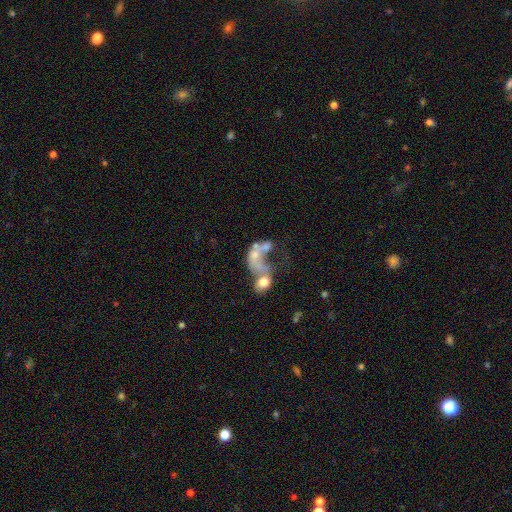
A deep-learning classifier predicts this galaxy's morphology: This appears to be a featured or disk galaxy (48%). Merging: merger (62%).